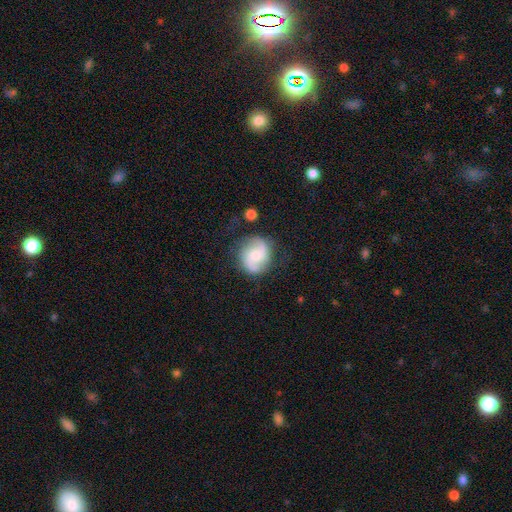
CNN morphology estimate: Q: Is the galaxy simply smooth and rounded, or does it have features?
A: featured or disk — 65%.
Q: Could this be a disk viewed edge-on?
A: no — 98%.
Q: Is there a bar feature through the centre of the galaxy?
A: no — 51%.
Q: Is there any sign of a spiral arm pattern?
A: yes — 92%.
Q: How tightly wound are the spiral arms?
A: medium — 45%.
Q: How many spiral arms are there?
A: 2 — 89%.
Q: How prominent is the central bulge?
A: moderate — 49%.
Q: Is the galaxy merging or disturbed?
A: none — 73%.